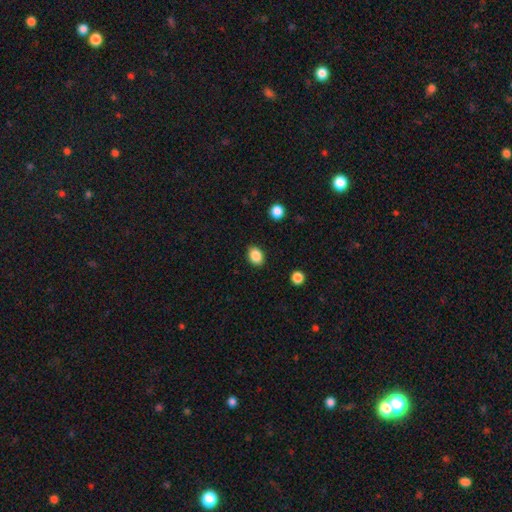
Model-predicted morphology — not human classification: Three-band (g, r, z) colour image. It shows a smooth galaxy with no disk features (88%) that is in between round and cigar-shaped (65%). Merging: none (88%).